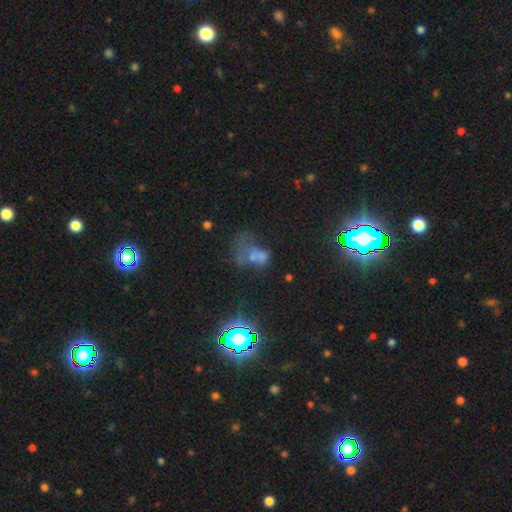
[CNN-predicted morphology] A smooth galaxy with no disk features (43%). Merging: major disturbance (34%).